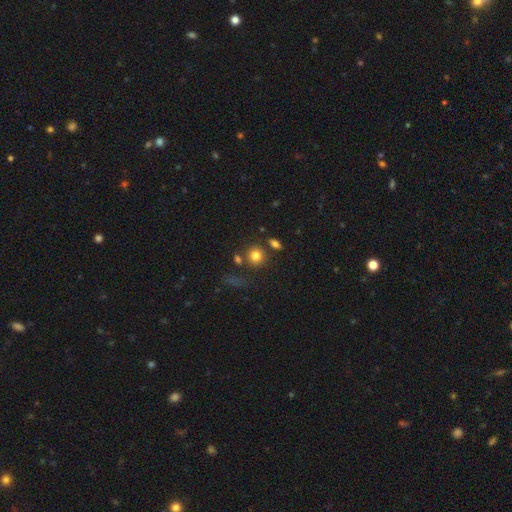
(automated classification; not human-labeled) smooth-or-featured: smooth: 79% | star or artifact: 12% | featured or disk: 9%
  how-rounded: round: 85% | in between: 14% | cigar-shaped: 1%
  merging: none: 73% | merger: 13% | minor disturbance: 10% | major disturbance: 4%